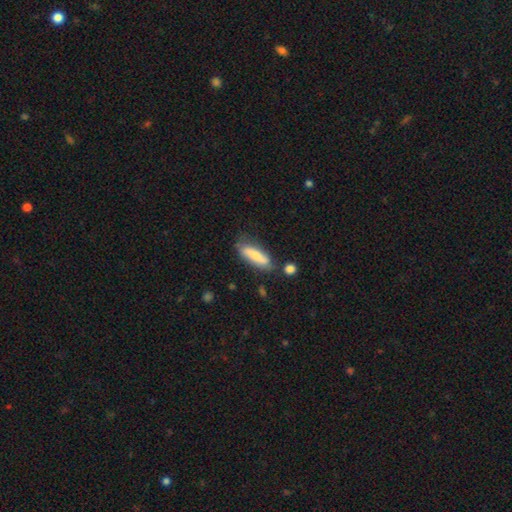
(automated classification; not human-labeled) This appears to be a smooth galaxy with no disk features (69%) that is cigar-shaped (51%). Merging: none (66%).